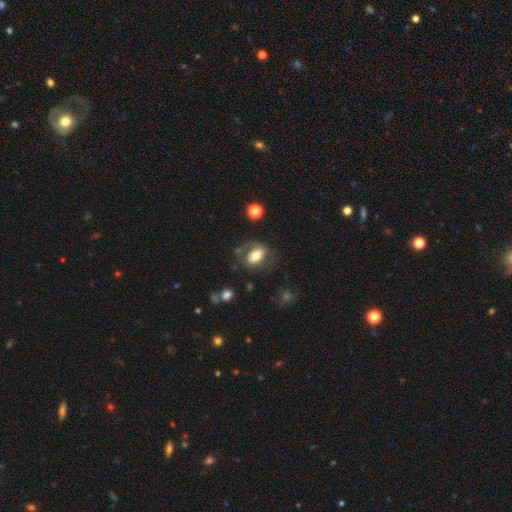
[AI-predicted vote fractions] smooth_or_featured: smooth (p=0.68) [alt: featured or disk p=0.24]
how_rounded: in between (p=0.84) [alt: round p=0.14]
merging: none (p=0.67) [alt: minor disturbance p=0.18]